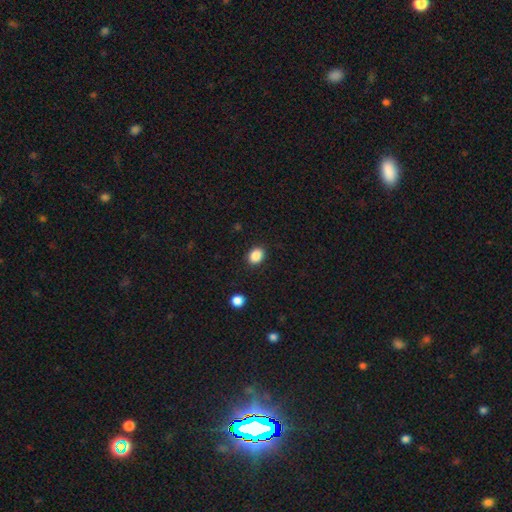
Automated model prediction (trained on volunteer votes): The model was most divided on "how rounded": in between: 54%, round: 45%, cigar-shaped: 1%. More confident: merging — none (89%); smooth or featured — smooth (88%).